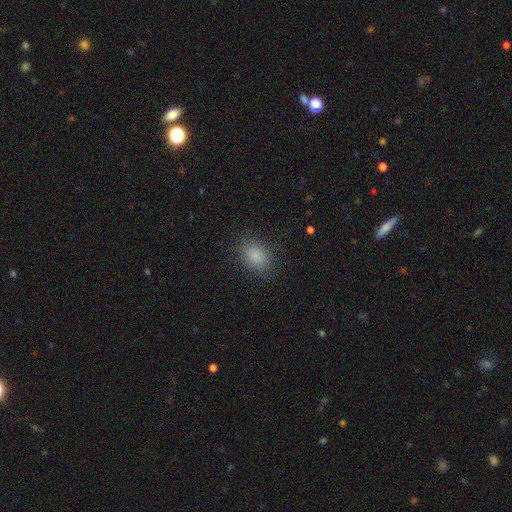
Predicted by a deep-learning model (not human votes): Smooth or featured: smooth — 86% (star or artifact — 9%)
How rounded: in between — 76% (round — 23%)
Merging: none — 84% (minor disturbance — 12%)